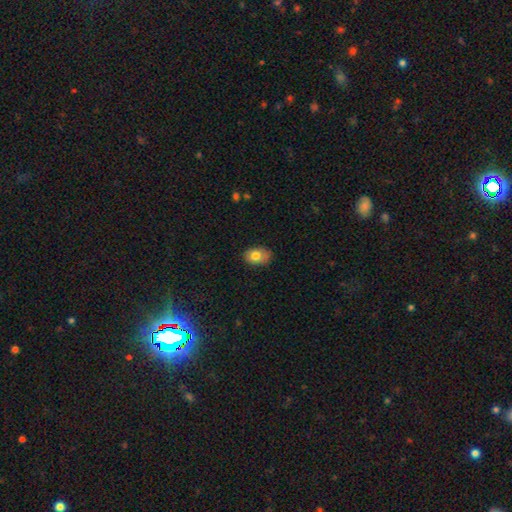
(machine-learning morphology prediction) The model was most divided on "merging": none: 74%, minor disturbance: 21%, major disturbance: 4%, merger: 1%. More confident: smooth or featured — smooth (79%); how rounded — in between (78%).